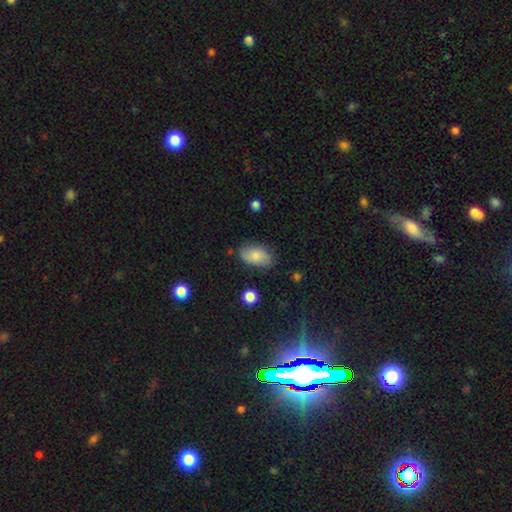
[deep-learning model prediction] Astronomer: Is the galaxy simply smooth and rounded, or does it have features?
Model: smooth — 76%.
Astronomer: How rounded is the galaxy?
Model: in between — 93%.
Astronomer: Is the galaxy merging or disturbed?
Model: none — 75%.